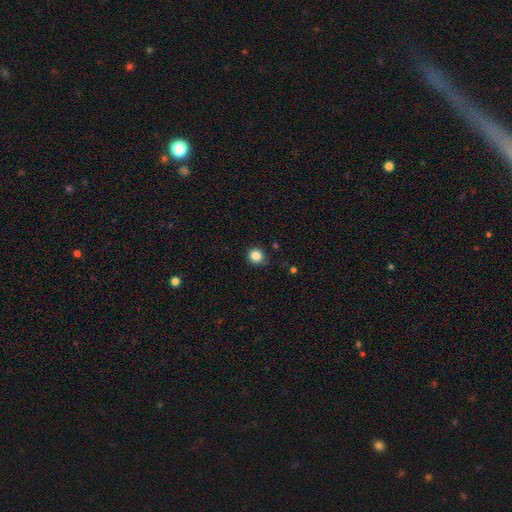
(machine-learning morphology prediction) Smooth or featured? smooth (85%)
How rounded? round (92%)
Merging? none (82%)